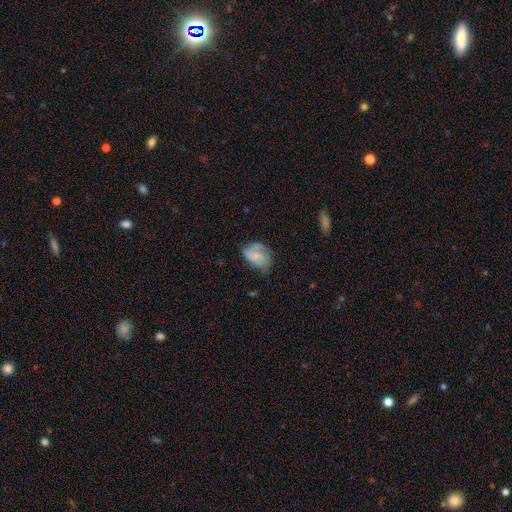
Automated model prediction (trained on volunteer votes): featured or disk 49%, smooth 43%, star or artifact 8%. Down the decision tree: merging — none (47%).